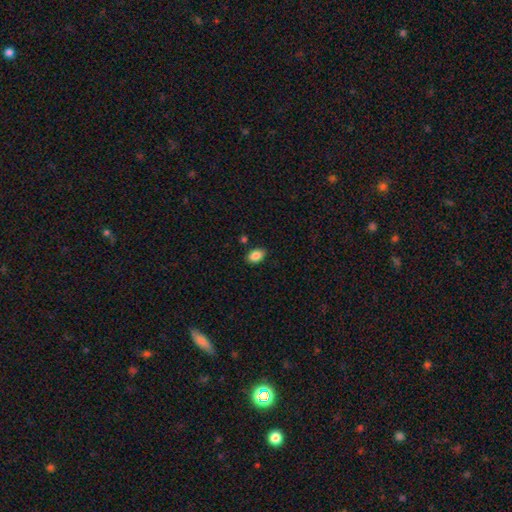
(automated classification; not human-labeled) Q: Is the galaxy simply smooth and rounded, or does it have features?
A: smooth — 87%.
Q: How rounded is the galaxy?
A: in between — 86%.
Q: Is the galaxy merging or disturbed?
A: none — 85%.